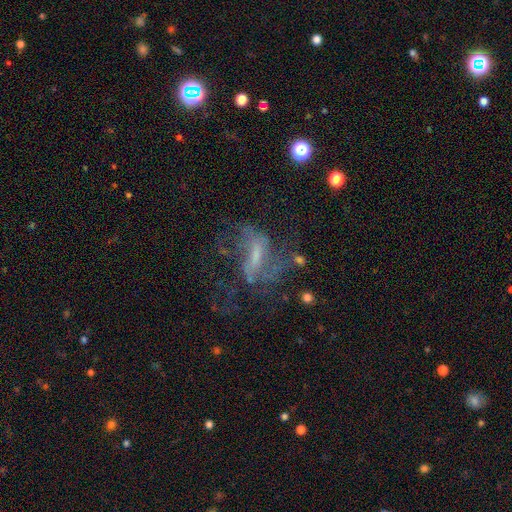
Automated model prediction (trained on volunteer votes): Smooth or featured? Predicted: featured or disk (p=0.68). Edge-on disk? Predicted: no (p=0.93). Bar? Predicted: weak (p=0.43). Spiral arms? Predicted: yes (p=0.68). Bulge size? Predicted: small (p=0.38). Merging? Predicted: none (p=0.44).